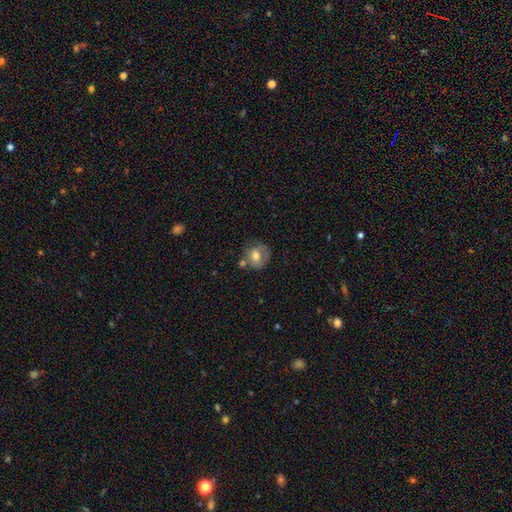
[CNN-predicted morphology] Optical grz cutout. It shows a smooth galaxy with no disk features (63%) that is round (75%). Merging: none (57%).